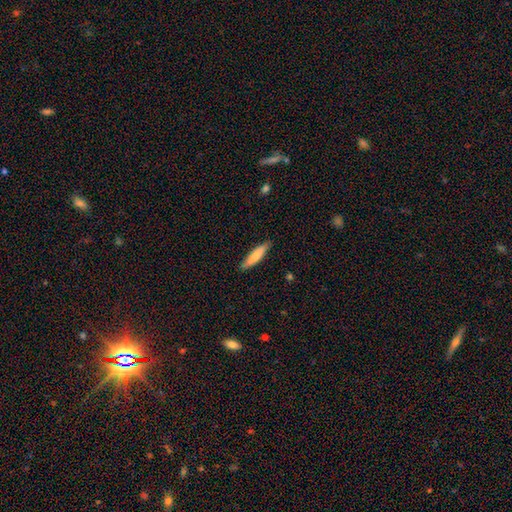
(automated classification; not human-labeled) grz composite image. It shows a smooth galaxy with no disk features (74%) that is cigar-shaped (85%). Merging: none (88%).